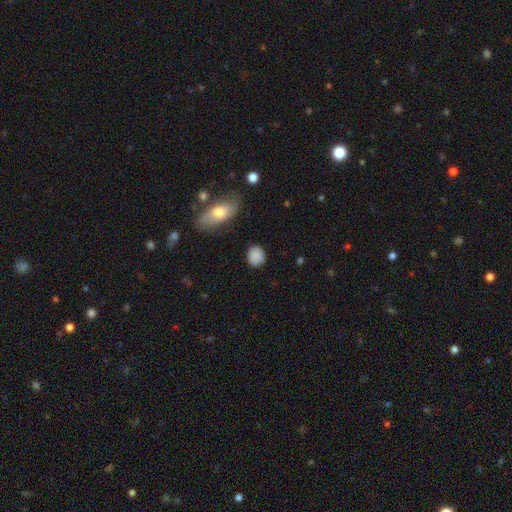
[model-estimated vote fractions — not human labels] Morphology: type=smooth (87%); roundness=round (66%); merging=none (84%).